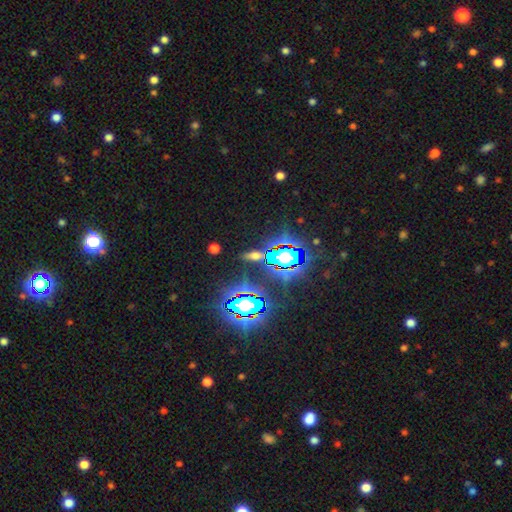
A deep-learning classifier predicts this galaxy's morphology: This appears to be a star or artifact, not a galaxy (52%).